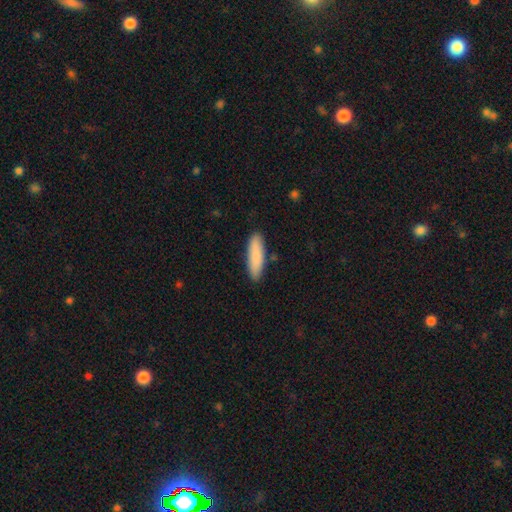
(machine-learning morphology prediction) This appears to be a smooth galaxy with no disk features (87%) that is cigar-shaped (62%). Merging: none (87%).